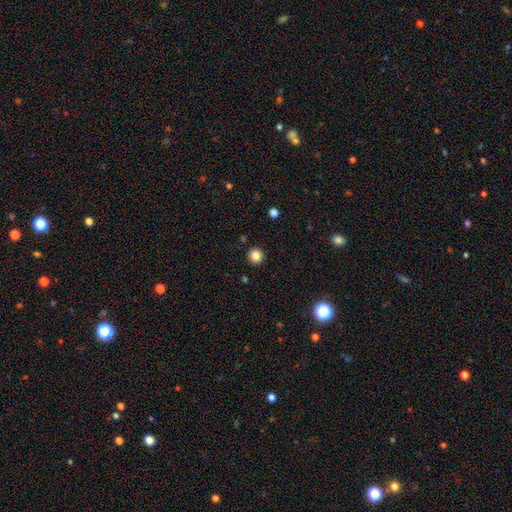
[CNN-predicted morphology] type=smooth (84%); roundness=round (95%); merging=none (93%).